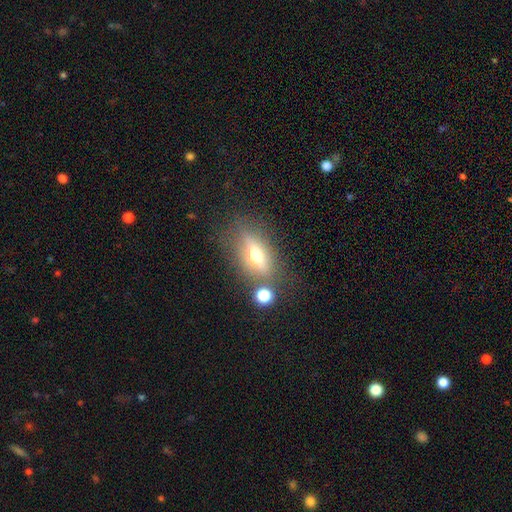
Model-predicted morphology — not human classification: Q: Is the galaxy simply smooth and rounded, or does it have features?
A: featured or disk — 49%.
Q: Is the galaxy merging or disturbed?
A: none — 69%.